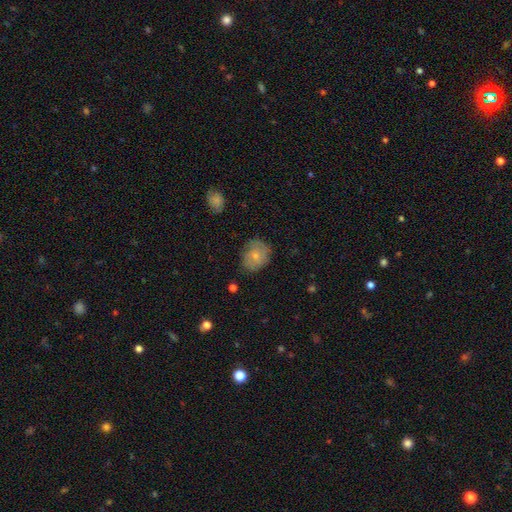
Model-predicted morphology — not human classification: Q: Smooth or featured?
A: smooth (68%); runner-up: featured or disk (24%)
Q: How rounded?
A: round (58%); runner-up: in between (41%)
Q: Merging?
A: none (68%); runner-up: minor disturbance (23%)